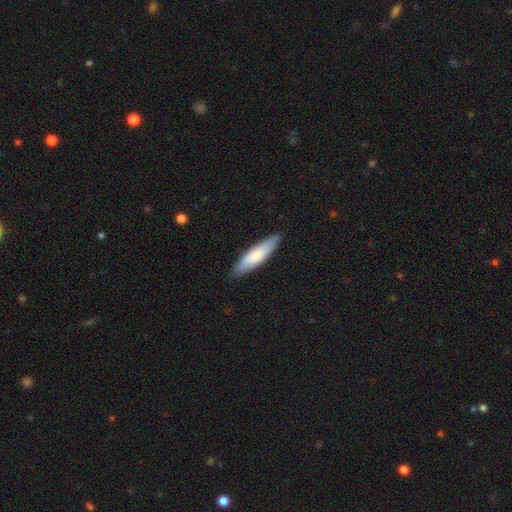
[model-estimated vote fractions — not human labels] Smooth or featured? smooth (74%)
How rounded? cigar-shaped (69%)
Merging? none (87%)